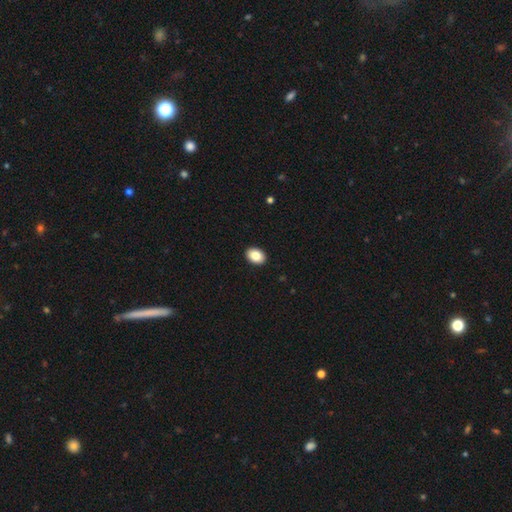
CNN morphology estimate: A smooth galaxy with no disk features (85%) that is in between round and cigar-shaped (79%). Merging: none (92%).